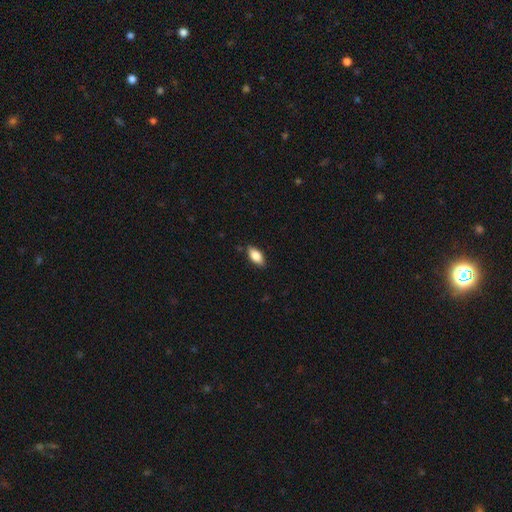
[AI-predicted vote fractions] Q: Smooth or featured?
A: smooth (82%); runner-up: featured or disk (12%)
Q: How rounded?
A: in between (89%); runner-up: cigar-shaped (8%)
Q: Merging?
A: none (85%); runner-up: minor disturbance (12%)